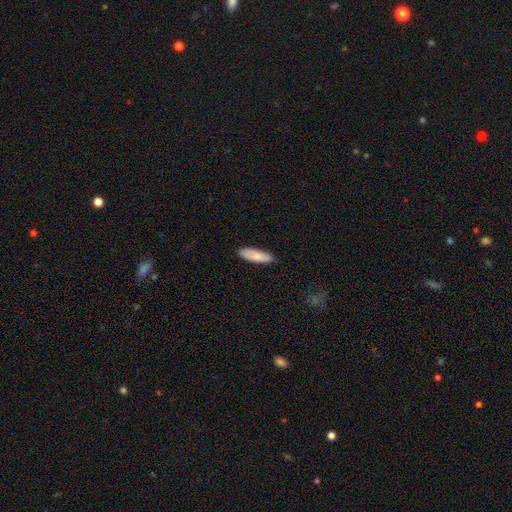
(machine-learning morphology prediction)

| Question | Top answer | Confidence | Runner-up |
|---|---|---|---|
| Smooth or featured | smooth | 87% | featured or disk (8%) |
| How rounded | cigar-shaped | 57% | in between (42%) |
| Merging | none | 90% | minor disturbance (8%) |